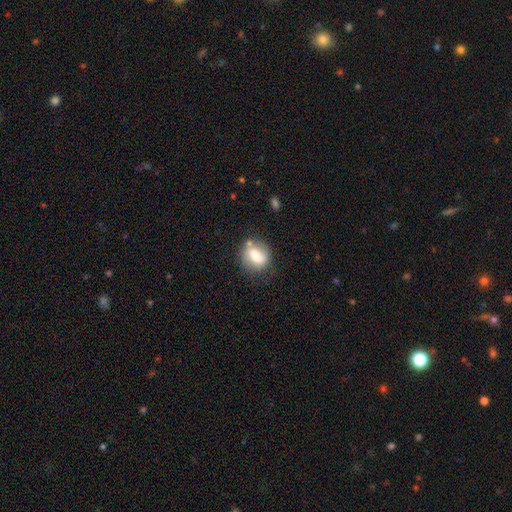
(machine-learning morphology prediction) Smooth or featured: smooth — 62% (featured or disk — 30%)
How rounded: round — 59% (in between — 40%)
Merging: none — 62% (minor disturbance — 21%)